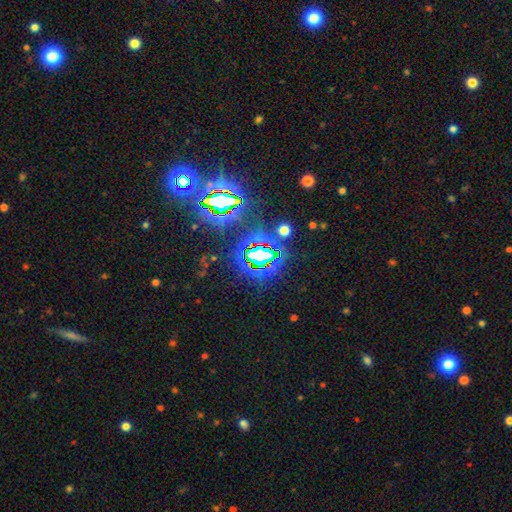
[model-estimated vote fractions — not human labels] Overall: star or artifact (79%).